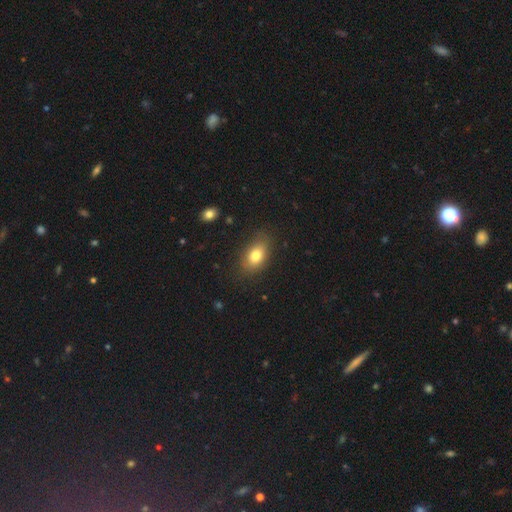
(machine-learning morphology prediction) Overall: smooth (79%). How rounded: in between (85%). Merging: none (80%).